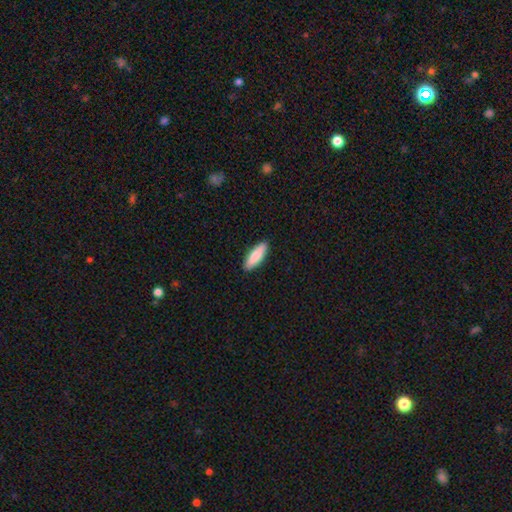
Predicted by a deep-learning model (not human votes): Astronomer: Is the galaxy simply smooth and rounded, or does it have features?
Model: smooth — 82%.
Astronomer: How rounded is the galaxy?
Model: cigar-shaped — 55% (runner-up: in between, 44%).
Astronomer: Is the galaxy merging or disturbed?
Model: none — 90%.